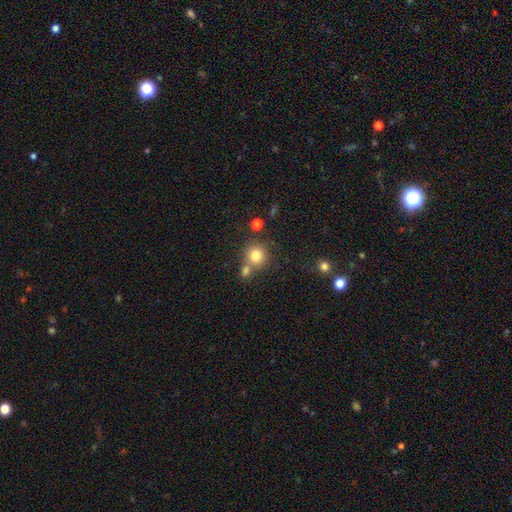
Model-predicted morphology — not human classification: A smooth galaxy with no disk features (80%) that is round (90%). Merging: none (61%).